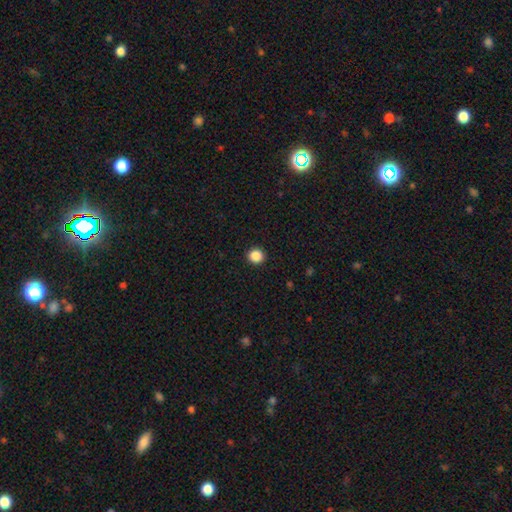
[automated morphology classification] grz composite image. It shows a smooth galaxy with no disk features (87%) that is round (91%). Merging: none (93%).